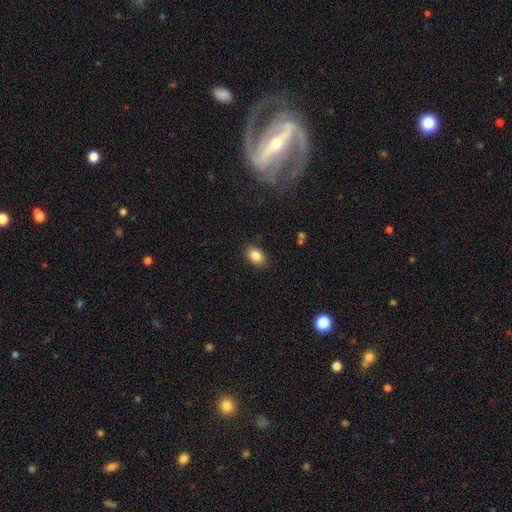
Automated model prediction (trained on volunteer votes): smooth-or-featured: smooth: 86% | star or artifact: 9% | featured or disk: 6%
  how-rounded: in between: 81% | round: 17% | cigar-shaped: 1%
  merging: none: 85% | minor disturbance: 11% | major disturbance: 3% | merger: 1%